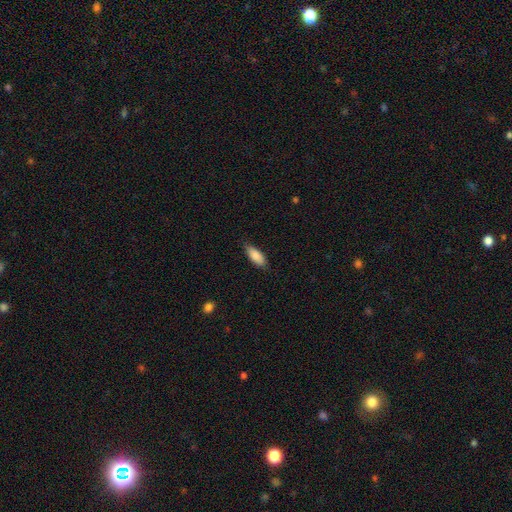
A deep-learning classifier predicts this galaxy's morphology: A smooth galaxy with no disk features (86%) that is in between round and cigar-shaped (75%).

Vote fractions:
- Smooth or featured? smooth: 86% / featured or disk: 7% / star or artifact: 6%
- How rounded? in between: 75% / cigar-shaped: 23% / round: 2%
- Merging? none: 82% / minor disturbance: 14% / major disturbance: 2% / merger: 1%